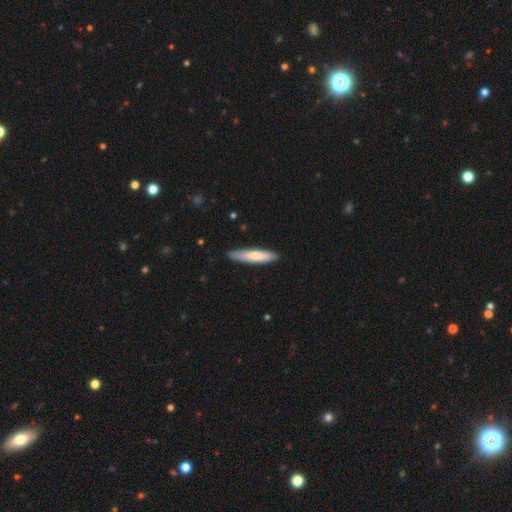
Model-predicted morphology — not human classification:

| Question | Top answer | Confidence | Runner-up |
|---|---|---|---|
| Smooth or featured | smooth | 70% | featured or disk (25%) |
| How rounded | cigar-shaped | 85% | in between (14%) |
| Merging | none | 86% | minor disturbance (11%) |